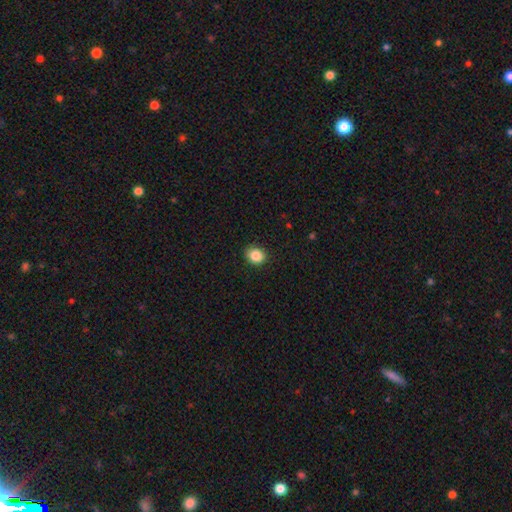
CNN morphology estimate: Q: Smooth or featured?
A: smooth (87%); runner-up: star or artifact (9%)
Q: How rounded?
A: round (66%); runner-up: in between (34%)
Q: Merging?
A: none (87%); runner-up: minor disturbance (10%)